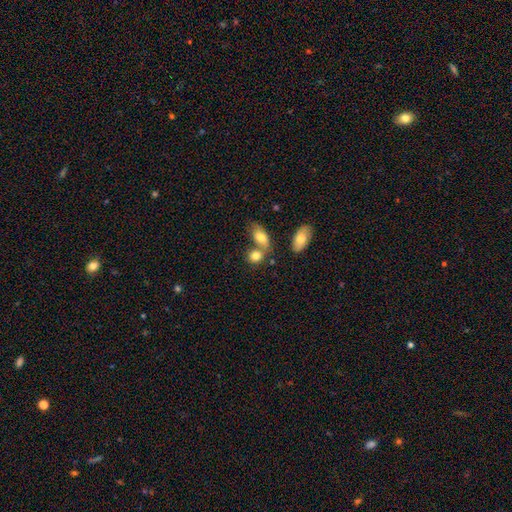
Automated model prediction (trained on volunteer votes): This is clearly a smooth galaxy (80%). How rounded: possibly in between (60%). Merging: marginally merger (45%).